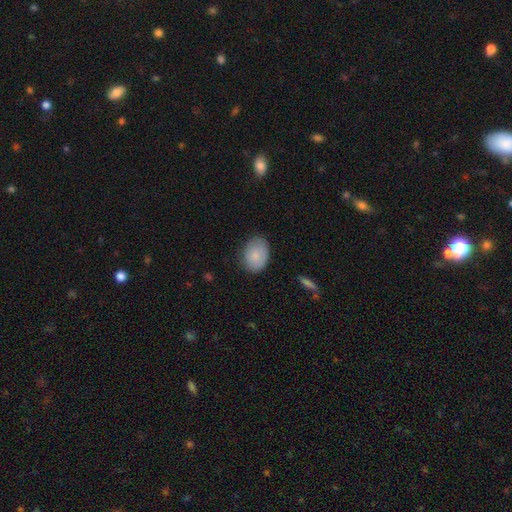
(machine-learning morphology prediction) type=smooth (81%); roundness=in between (74%); merging=none (73%).